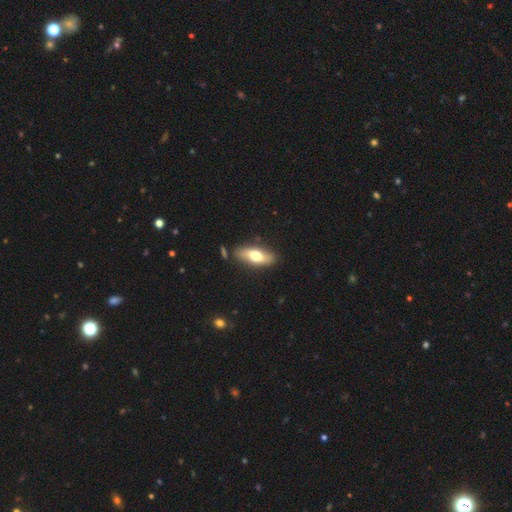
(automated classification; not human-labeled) Smooth or featured? smooth (65%)
How rounded? in between (74%)
Merging? none (81%)